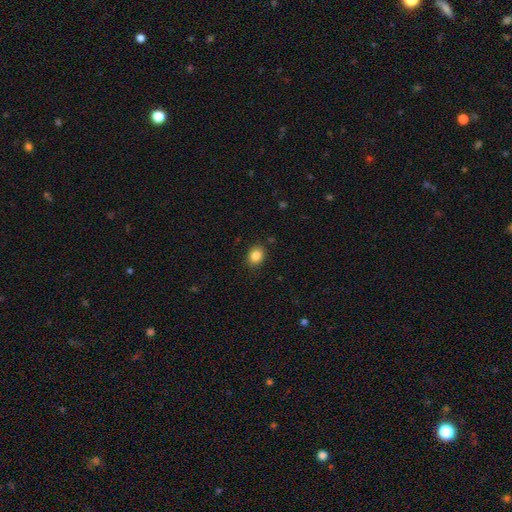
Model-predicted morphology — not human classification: smooth 86%, star or artifact 9%, featured or disk 5%. Down the decision tree: how rounded — round (56%); merging — none (86%).